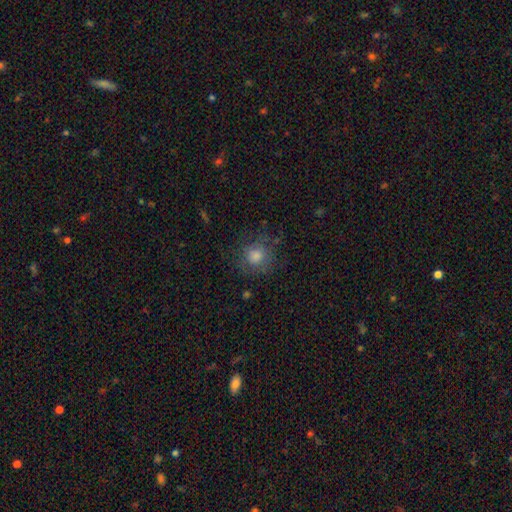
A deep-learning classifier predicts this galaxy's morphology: Smooth or featured? Predicted: smooth (p=0.74). How rounded? Predicted: round (p=0.87). Merging? Predicted: none (p=0.77).